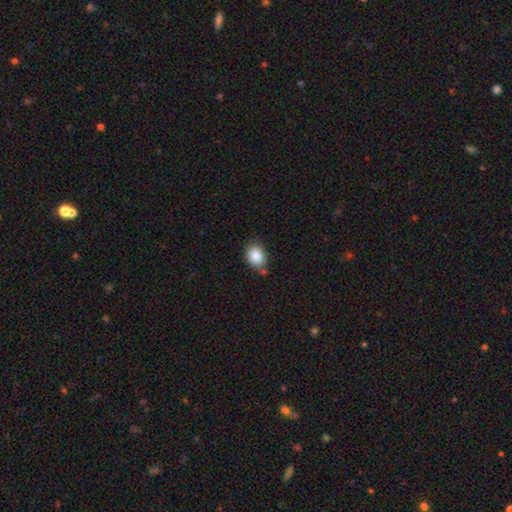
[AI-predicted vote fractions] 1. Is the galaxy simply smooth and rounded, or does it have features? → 85% smooth, 9% star or artifact, 6% featured or disk.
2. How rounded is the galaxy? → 58% in between, 41% round, 1% cigar-shaped.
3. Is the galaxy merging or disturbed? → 70% none, 20% minor disturbance, 6% merger, 4% major disturbance.